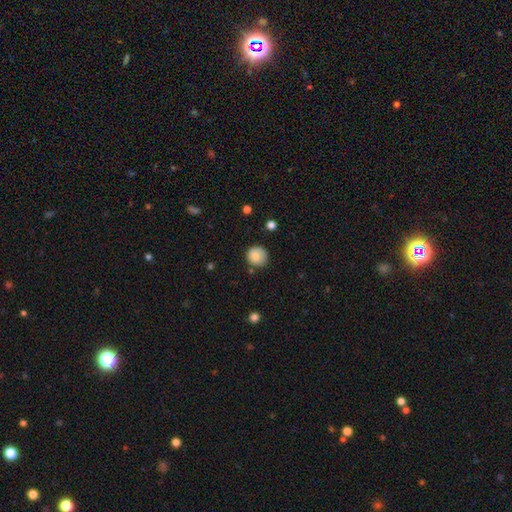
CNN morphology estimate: This is clearly a smooth galaxy (83%). How rounded: clearly round (91%). Merging: likely none (78%).